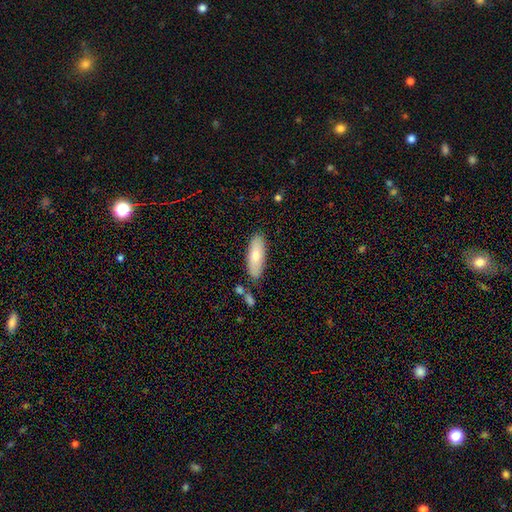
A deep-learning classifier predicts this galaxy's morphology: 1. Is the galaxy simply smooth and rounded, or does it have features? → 77% smooth, 17% featured or disk, 6% star or artifact.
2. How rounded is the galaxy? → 61% in between, 37% cigar-shaped, 2% round.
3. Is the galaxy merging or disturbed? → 80% none, 13% minor disturbance, 4% merger, 3% major disturbance.